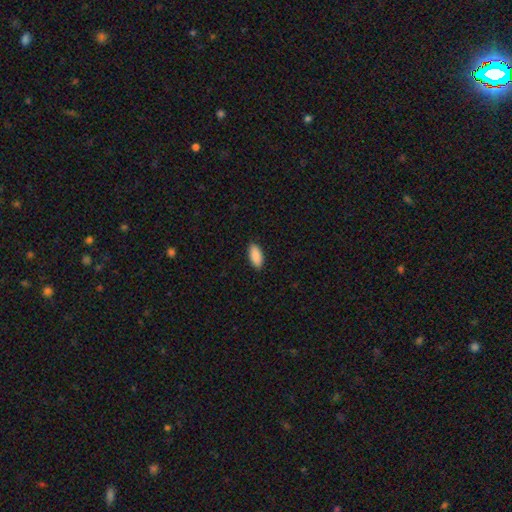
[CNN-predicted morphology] smooth_or_featured: smooth (p=0.91) [alt: star or artifact p=0.06]
how_rounded: in between (p=0.90) [alt: cigar-shaped p=0.08]
merging: none (p=0.89) [alt: minor disturbance p=0.09]